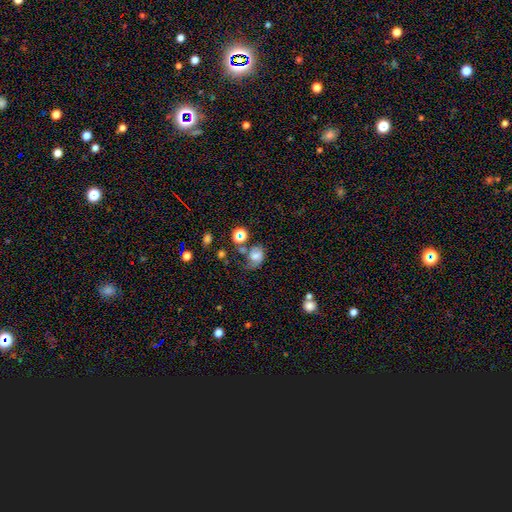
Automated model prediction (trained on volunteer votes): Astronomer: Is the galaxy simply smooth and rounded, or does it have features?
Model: featured or disk — 43% (runner-up: smooth, 42%).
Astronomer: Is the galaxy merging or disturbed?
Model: none — 39% (runner-up: minor disturbance, 26%).